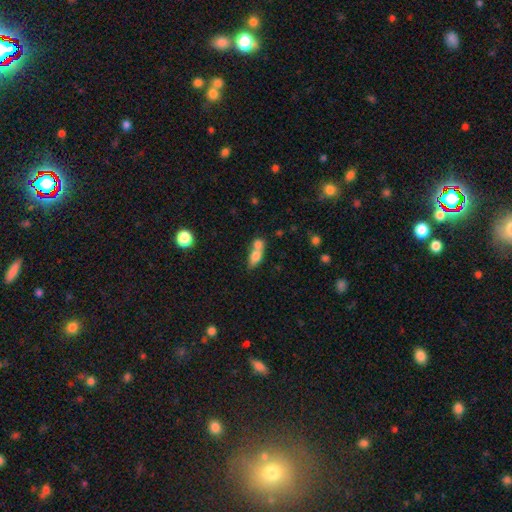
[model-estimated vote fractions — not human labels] Smooth or featured?
  - smooth: 73% *
  - featured or disk: 18%
  - star or artifact: 9%
How rounded?
  - in between: 71% *
  - round: 17%
  - cigar-shaped: 12%
Merging?
  - merger: 64% *
  - none: 24%
  - minor disturbance: 8%
  - major disturbance: 4%